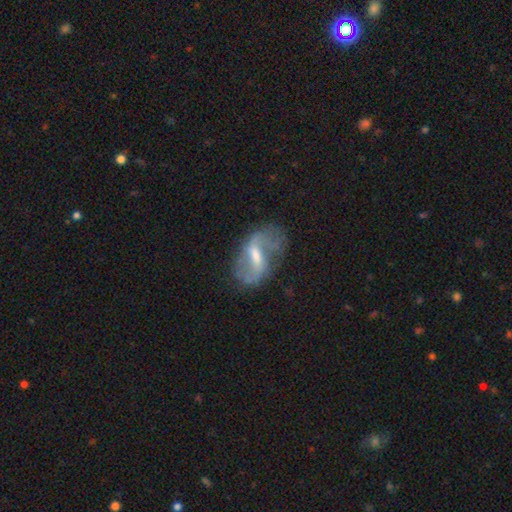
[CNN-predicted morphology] This appears to be a featured or disk galaxy (75%) with a weak bar (46%), 2 (81%) loose (63%) spiral arms (77%) and a moderate central bulge (46%). Merging: none (60%).